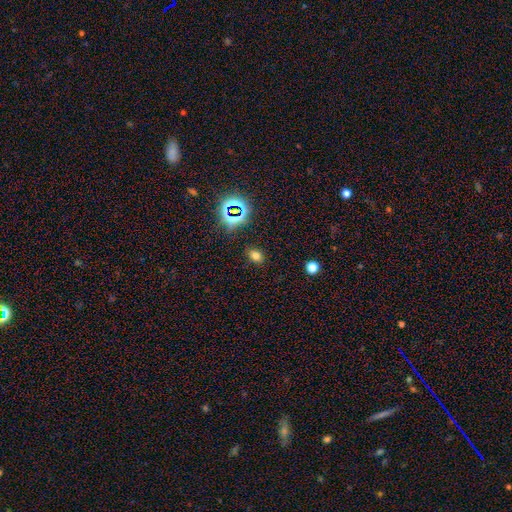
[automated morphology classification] The model was most divided on "how rounded": in between: 67%, round: 32%, cigar-shaped: 1%. More confident: merging — none (85%); smooth or featured — smooth (68%).